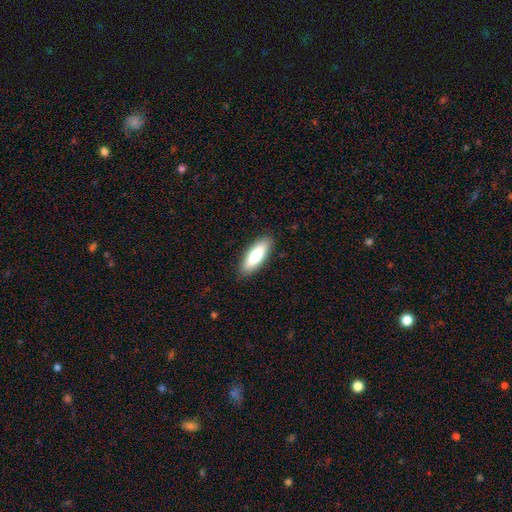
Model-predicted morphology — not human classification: This is clearly a smooth galaxy (80%). How rounded: possibly in between (59%). Merging: clearly none (89%).